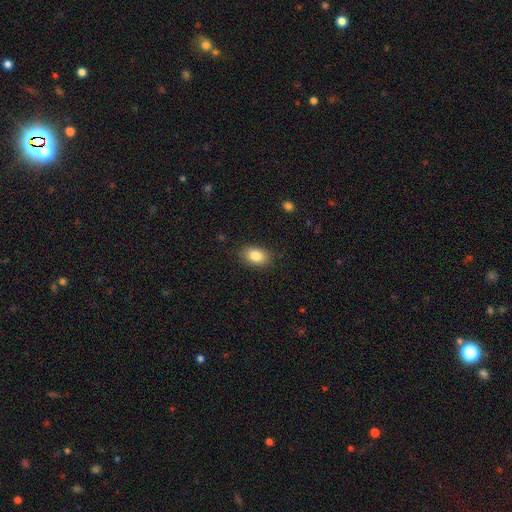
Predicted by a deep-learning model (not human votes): Q: Smooth or featured?
A: smooth (86%); runner-up: star or artifact (8%)
Q: How rounded?
A: in between (87%); runner-up: round (12%)
Q: Merging?
A: none (86%); runner-up: minor disturbance (10%)